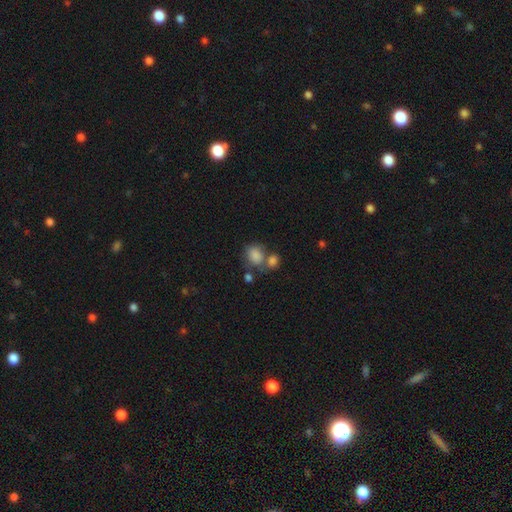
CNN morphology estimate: smooth 83%, star or artifact 9%, featured or disk 8%. Down the decision tree: how rounded — round (52%); merging — merger (41%).